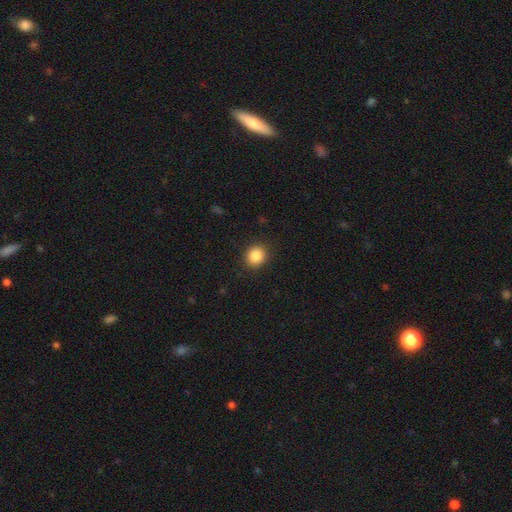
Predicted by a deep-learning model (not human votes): Smooth or featured? Predicted: smooth (p=0.86). How rounded? Predicted: round (p=0.81). Merging? Predicted: none (p=0.90).